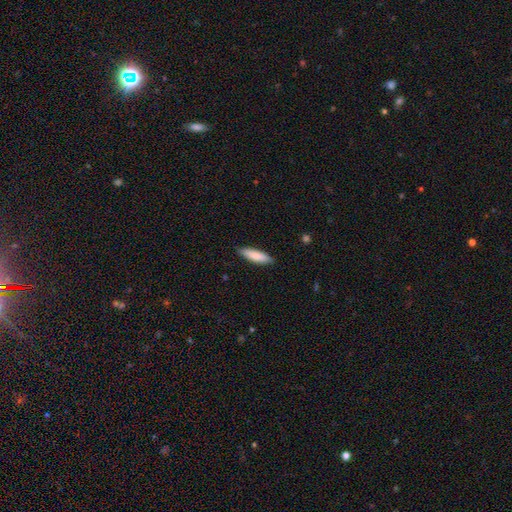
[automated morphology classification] The model was most divided on "how rounded": cigar-shaped: 59%, in between: 39%, round: 1%. More confident: merging — none (86%); smooth or featured — smooth (84%).